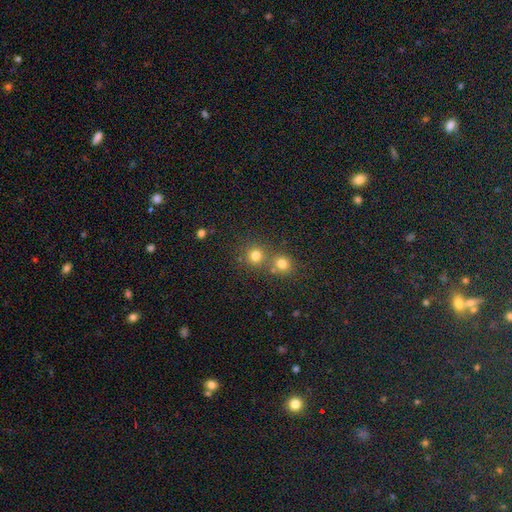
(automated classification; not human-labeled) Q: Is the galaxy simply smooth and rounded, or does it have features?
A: smooth — 77%.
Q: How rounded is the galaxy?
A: round — 91%.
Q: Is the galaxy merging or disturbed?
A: none — 65%.